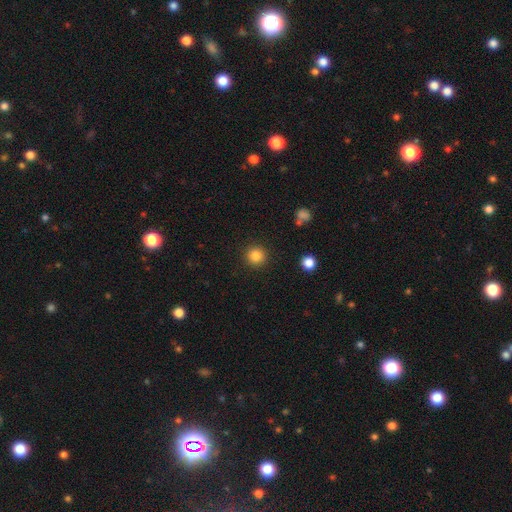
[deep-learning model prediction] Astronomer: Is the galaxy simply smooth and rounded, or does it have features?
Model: smooth — 84%.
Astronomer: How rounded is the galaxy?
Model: round — 95%.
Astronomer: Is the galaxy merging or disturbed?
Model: none — 91%.